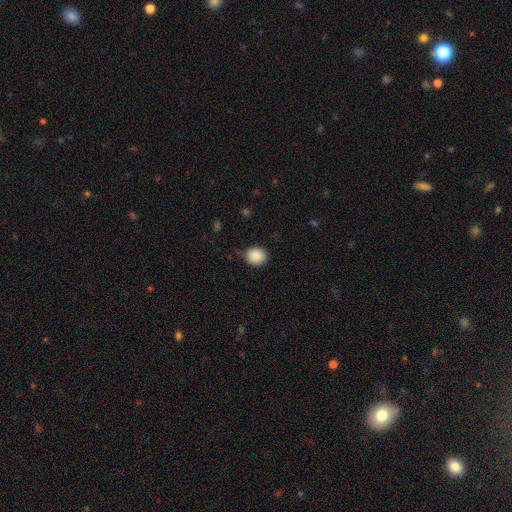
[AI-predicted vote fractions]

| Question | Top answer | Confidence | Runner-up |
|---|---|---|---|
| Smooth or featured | smooth | 89% | star or artifact (8%) |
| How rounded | round | 81% | in between (18%) |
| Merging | none | 83% | minor disturbance (13%) |